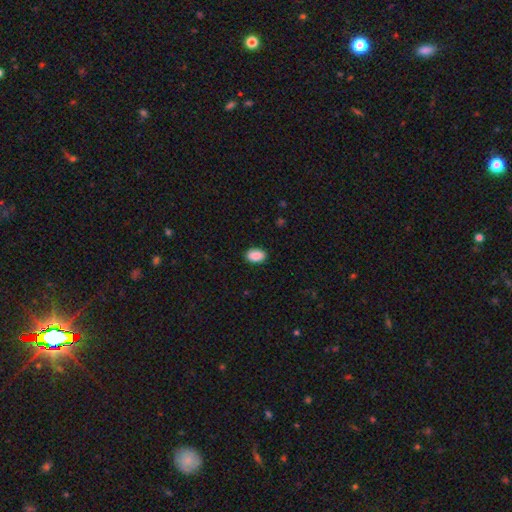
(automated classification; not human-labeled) smooth-or-featured: smooth: 90% | star or artifact: 7% | featured or disk: 3%
  how-rounded: in between: 89% | round: 9% | cigar-shaped: 1%
  merging: none: 89% | minor disturbance: 8% | major disturbance: 2% | merger: 1%